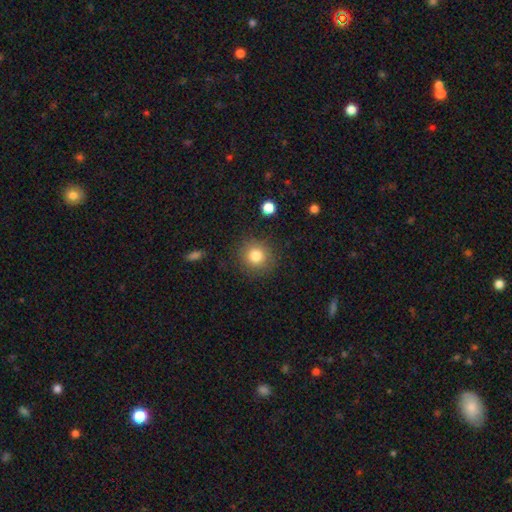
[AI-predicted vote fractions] smooth 82%, star or artifact 10%, featured or disk 7%. Down the decision tree: how rounded — round (90%); merging — none (85%).